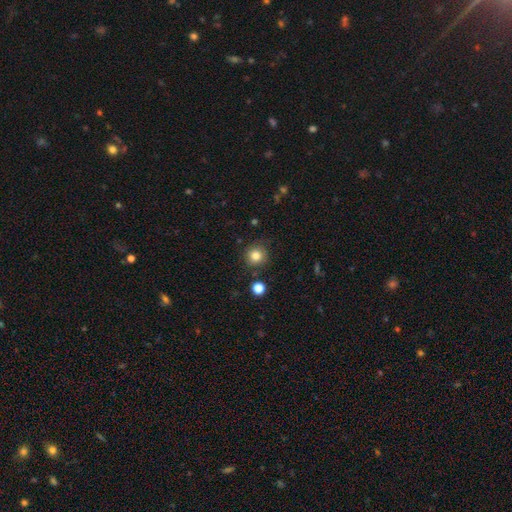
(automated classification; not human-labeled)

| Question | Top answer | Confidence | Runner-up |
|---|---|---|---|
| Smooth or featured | smooth | 83% | star or artifact (11%) |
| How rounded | round | 92% | in between (7%) |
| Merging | none | 85% | minor disturbance (10%) |